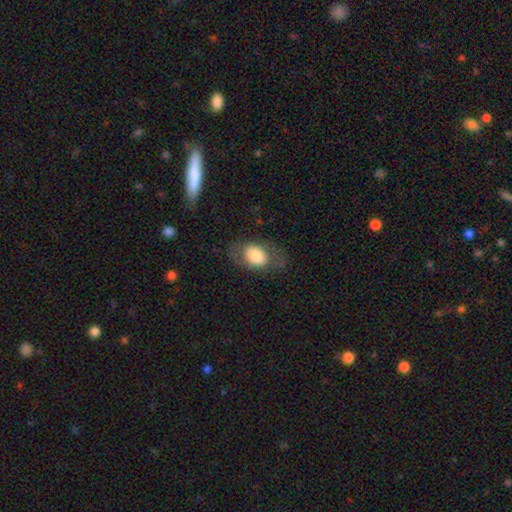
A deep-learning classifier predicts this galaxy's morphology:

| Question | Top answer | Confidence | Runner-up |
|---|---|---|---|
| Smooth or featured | smooth | 71% | featured or disk (22%) |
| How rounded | in between | 81% | round (18%) |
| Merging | none | 69% | minor disturbance (18%) |